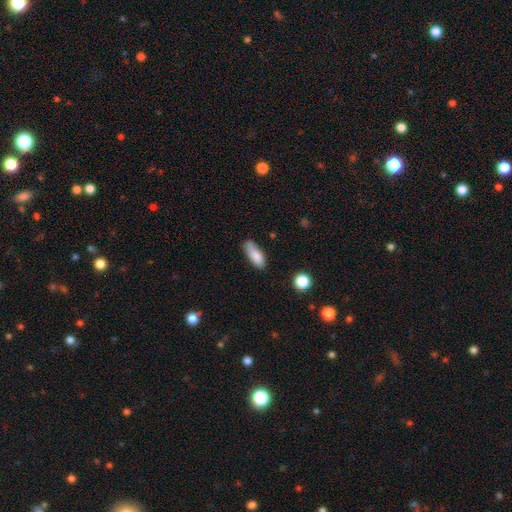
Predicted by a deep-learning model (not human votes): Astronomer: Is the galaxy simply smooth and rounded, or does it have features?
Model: smooth — 85%.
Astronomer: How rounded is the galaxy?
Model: in between — 71%.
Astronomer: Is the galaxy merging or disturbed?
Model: none — 71%.